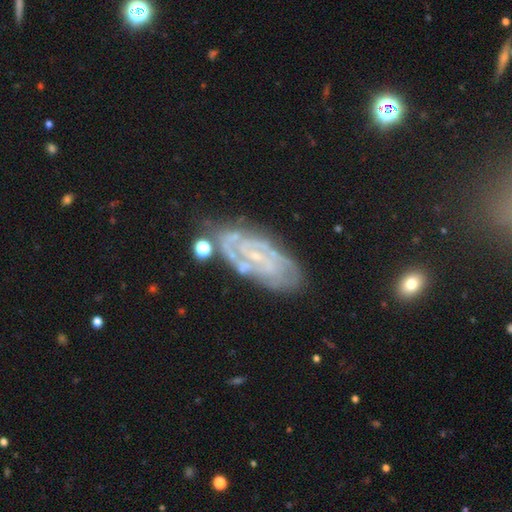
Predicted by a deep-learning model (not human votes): Overall: featured or disk (82%). Edge-on disk: no (93%). Bar: no (50%; weak 37%). Spiral arms: yes (93%). Spiral arm count: 2 (35%; can't tell 31%). Spiral winding: tight (64%; medium 29%). Bulge size: small (79%). Merging: none (71%).